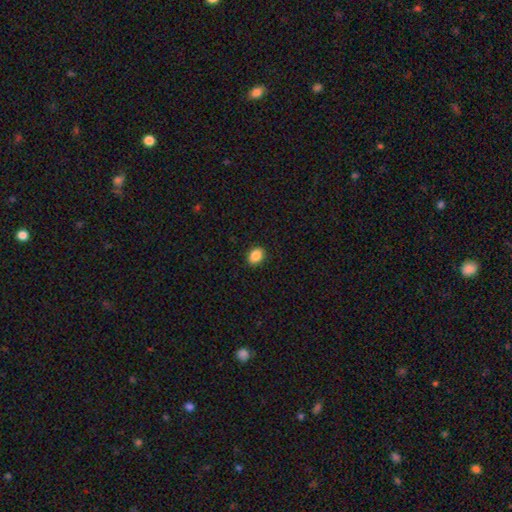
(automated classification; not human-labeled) Overall: smooth (88%). How rounded: in between (66%; round 33%). Merging: none (91%).